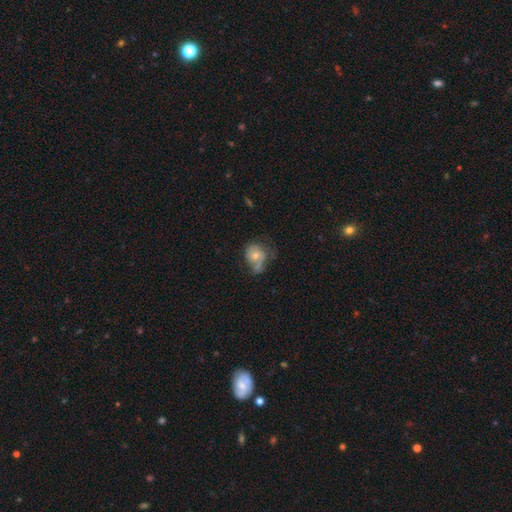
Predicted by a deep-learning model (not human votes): Q: Smooth or featured?
A: smooth (58%); runner-up: featured or disk (33%)
Q: How rounded?
A: round (50%); runner-up: in between (49%)
Q: Merging?
A: none (33%); runner-up: minor disturbance (31%)